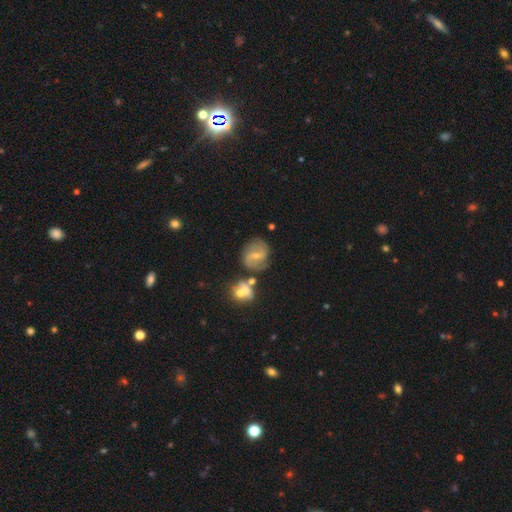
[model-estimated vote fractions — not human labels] Q: Smooth or featured?
A: featured or disk (73%); runner-up: smooth (19%)
Q: Edge-on disk?
A: no (97%); runner-up: yes (3%)
Q: Bar?
A: weak (54%); runner-up: no (23%)
Q: Spiral arms?
A: yes (90%); runner-up: no (10%)
Q: Spiral winding?
A: medium (48%); runner-up: loose (29%)
Q: Spiral arm count?
A: 2 (81%); runner-up: can't tell (9%)
Q: Bulge size?
A: small (62%); runner-up: moderate (32%)
Q: Merging?
A: none (66%); runner-up: minor disturbance (16%)